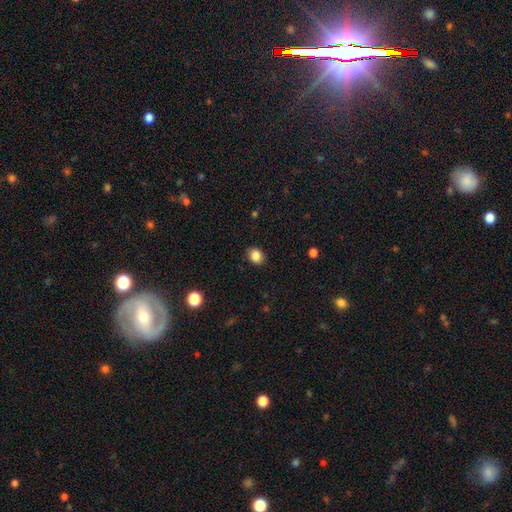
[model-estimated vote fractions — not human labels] A smooth galaxy with no disk features (86%) that is in between round and cigar-shaped (53%). Merging: none (89%).